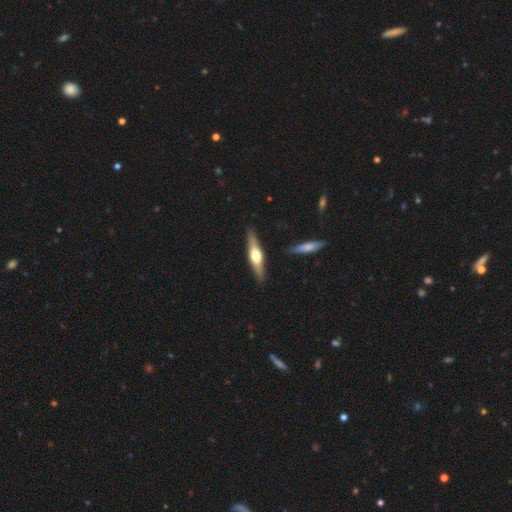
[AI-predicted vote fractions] Smooth or featured?
  - featured or disk: 62% *
  - smooth: 33%
  - star or artifact: 5%
Edge-on disk?
  - yes: 95% *
  - no: 5%
Edge-on bulge?
  - rounded: 94% *
  - boxy: 4%
  - none: 2%
Merging?
  - none: 88% *
  - minor disturbance: 8%
  - merger: 2%
  - major disturbance: 2%